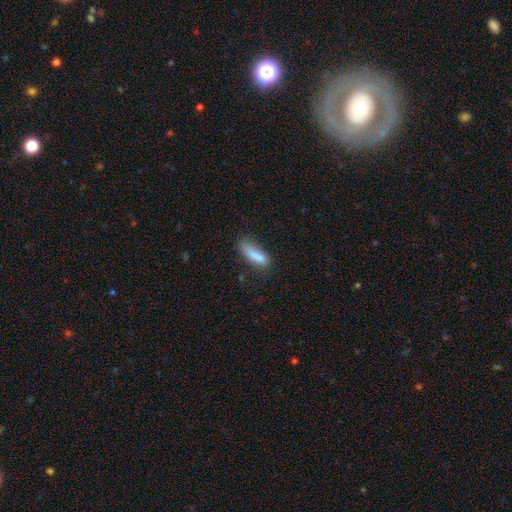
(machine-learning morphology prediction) A smooth galaxy with no disk features (82%) that is cigar-shaped (51%). Merging: none (56%).